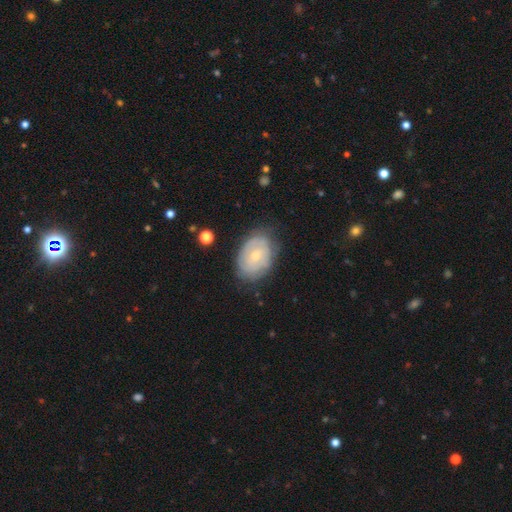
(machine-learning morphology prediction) Q: Smooth or featured?
A: featured or disk (60%); runner-up: smooth (34%)
Q: Edge-on disk?
A: no (96%); runner-up: yes (4%)
Q: Bar?
A: no (77%); runner-up: weak (19%)
Q: Spiral arms?
A: yes (65%); runner-up: no (35%)
Q: Bulge size?
A: small (53%); runner-up: moderate (44%)
Q: Merging?
A: none (72%); runner-up: minor disturbance (21%)